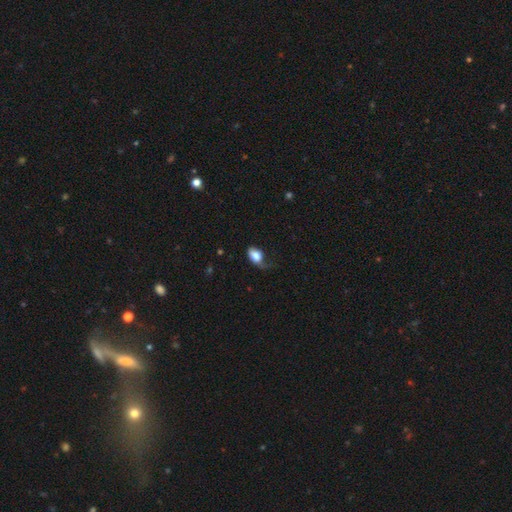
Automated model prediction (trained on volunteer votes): Smooth or featured: smooth — 79% (featured or disk — 14%)
How rounded: in between — 85% (round — 13%)
Merging: major disturbance — 35% (minor disturbance — 32%)